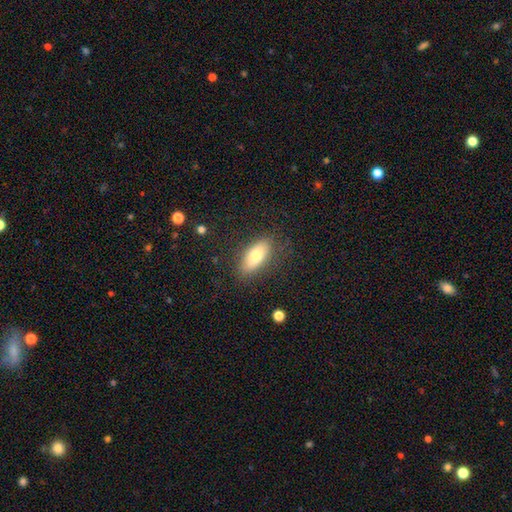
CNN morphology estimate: Smooth or featured: smooth — 73% (featured or disk — 20%)
How rounded: in between — 78% (cigar-shaped — 19%)
Merging: none — 81% (minor disturbance — 13%)